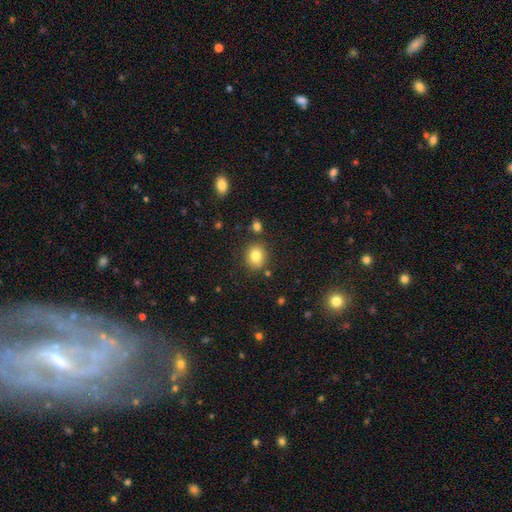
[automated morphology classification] smooth 81%, star or artifact 11%, featured or disk 9%. Down the decision tree: how rounded — round (73%); merging — none (82%).